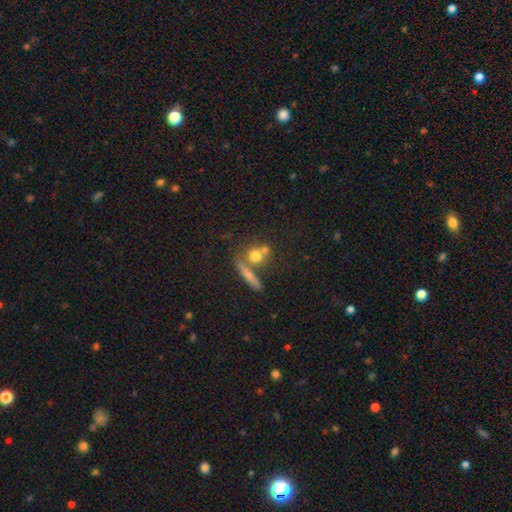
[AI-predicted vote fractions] Morphology: type=smooth (69%); roundness=round (70%); merging=none (54%).